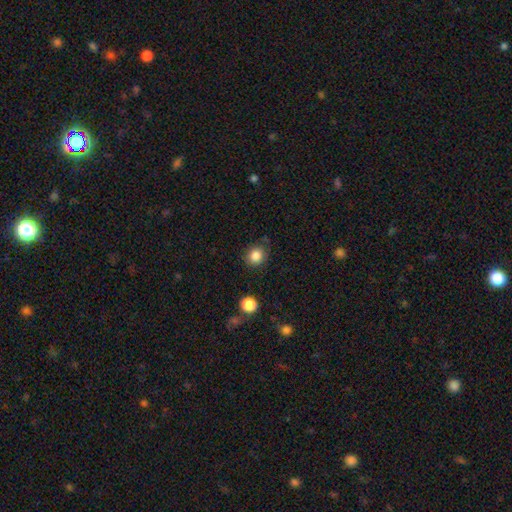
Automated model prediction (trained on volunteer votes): Smooth or featured? Predicted: smooth (p=0.85). How rounded? Predicted: round (p=0.83). Merging? Predicted: none (p=0.84).